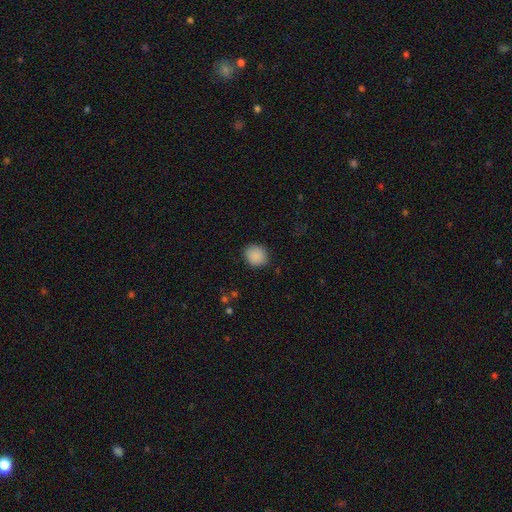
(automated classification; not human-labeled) Smooth or featured? smooth (88%)
How rounded? round (79%)
Merging? none (86%)